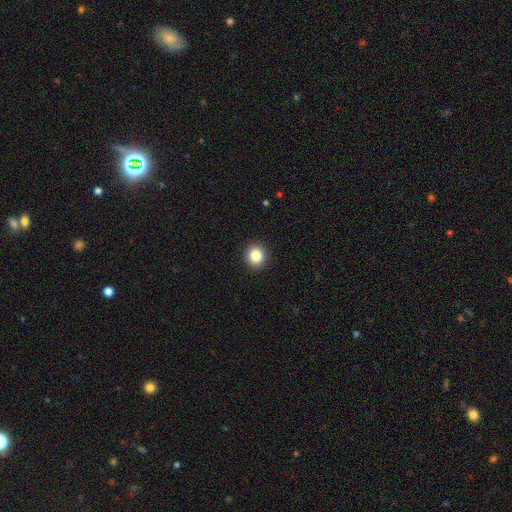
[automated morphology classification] Q: Smooth or featured?
A: smooth (85%); runner-up: star or artifact (10%)
Q: How rounded?
A: round (90%); runner-up: in between (9%)
Q: Merging?
A: none (93%); runner-up: minor disturbance (5%)